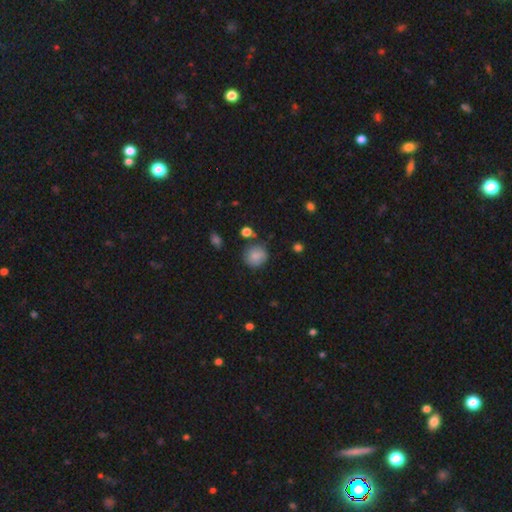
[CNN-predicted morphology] Smooth or featured? Predicted: smooth (p=0.82). How rounded? Predicted: round (p=0.88). Merging? Predicted: none (p=0.76).